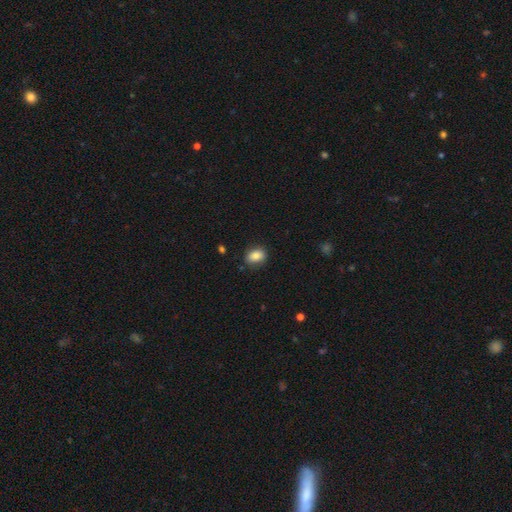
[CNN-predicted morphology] Smooth or featured? Predicted: smooth (p=0.85). How rounded? Predicted: in between (p=0.71). Merging? Predicted: none (p=0.83).